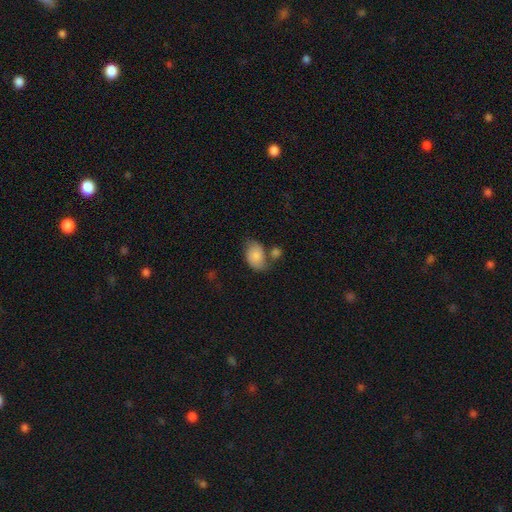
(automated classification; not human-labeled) smooth-or-featured: smooth: 76% | featured or disk: 17% | star or artifact: 7%
  how-rounded: in between: 85% | round: 14% | cigar-shaped: 1%
  merging: none: 46% | merger: 24% | minor disturbance: 22% | major disturbance: 8%